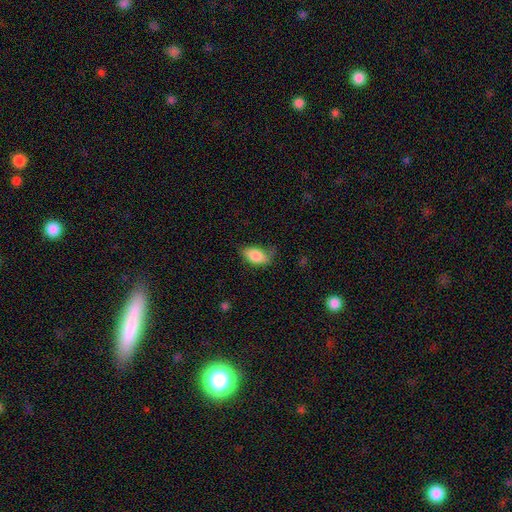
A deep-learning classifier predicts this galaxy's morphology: The model was most divided on "merging": none: 59%, minor disturbance: 30%, major disturbance: 8%, merger: 2%. More confident: how rounded — in between (91%); smooth or featured — smooth (83%).